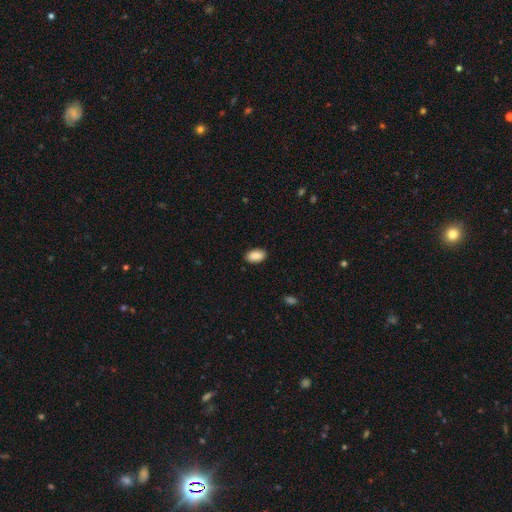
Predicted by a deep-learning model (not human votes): smooth_or_featured: smooth (p=0.90) [alt: star or artifact p=0.07]
how_rounded: in between (p=0.94) [alt: round p=0.04]
merging: none (p=0.89) [alt: minor disturbance p=0.08]